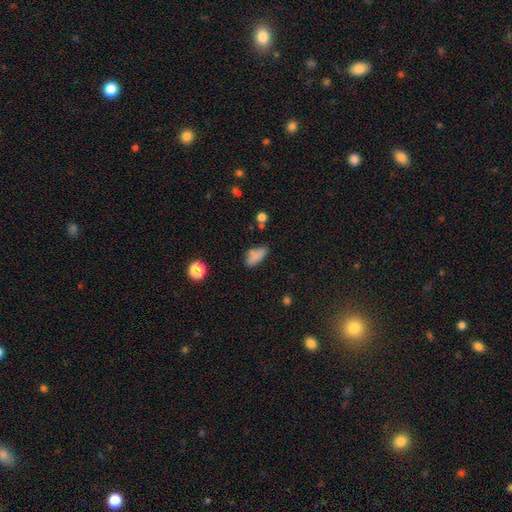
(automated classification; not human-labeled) A smooth galaxy with no disk features (82%) that is in between round and cigar-shaped (85%). Merging: none (68%).